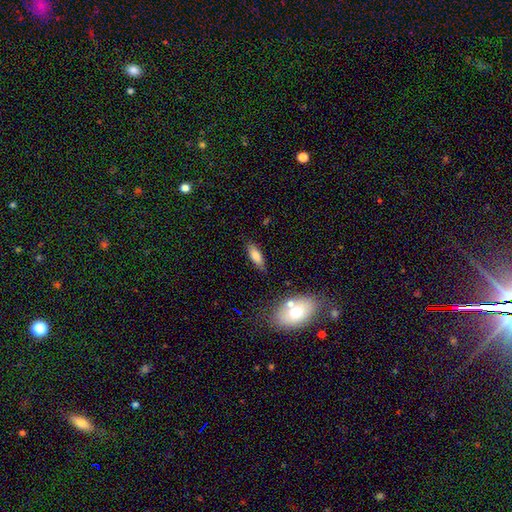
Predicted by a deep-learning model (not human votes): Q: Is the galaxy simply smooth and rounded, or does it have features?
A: smooth — 78%.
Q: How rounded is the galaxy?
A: in between — 64%.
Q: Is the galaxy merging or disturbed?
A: none — 78%.